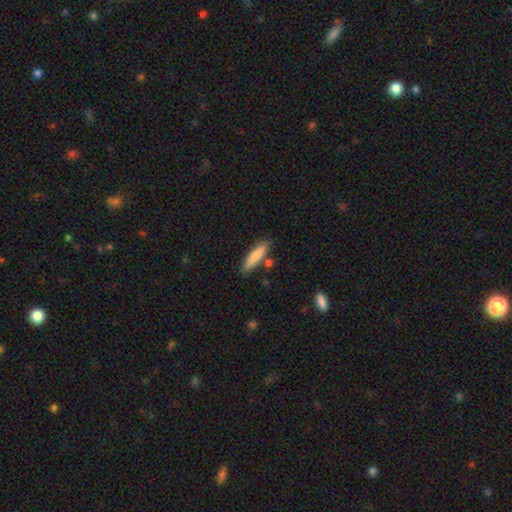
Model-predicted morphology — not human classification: A smooth galaxy with no disk features (81%) that is cigar-shaped (80%). Merging: none (81%).